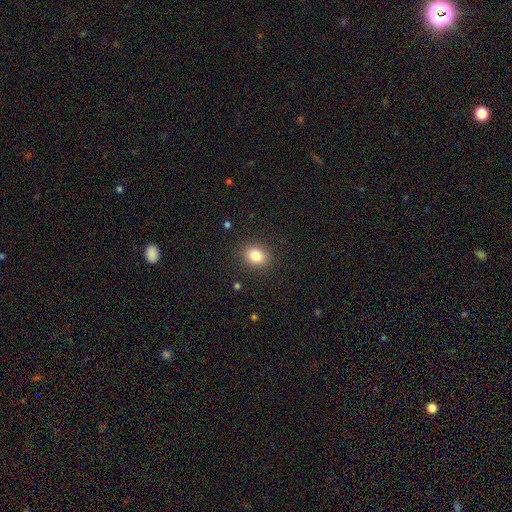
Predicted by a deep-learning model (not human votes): Overall: smooth (84%). How rounded: round (51%; in between 48%). Merging: none (89%).